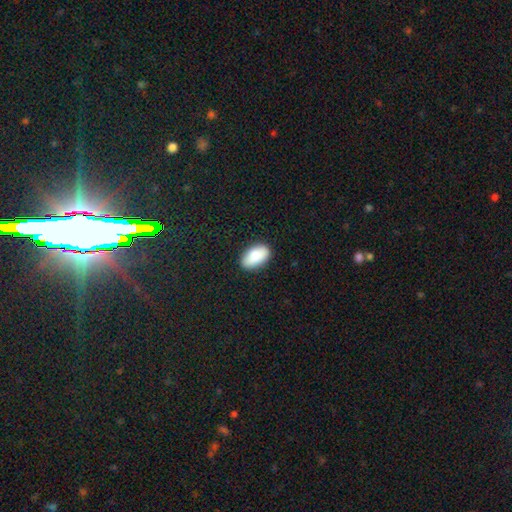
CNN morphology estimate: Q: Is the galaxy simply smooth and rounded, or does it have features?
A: smooth — 86%.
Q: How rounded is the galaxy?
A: in between — 94%.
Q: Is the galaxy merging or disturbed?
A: none — 86%.